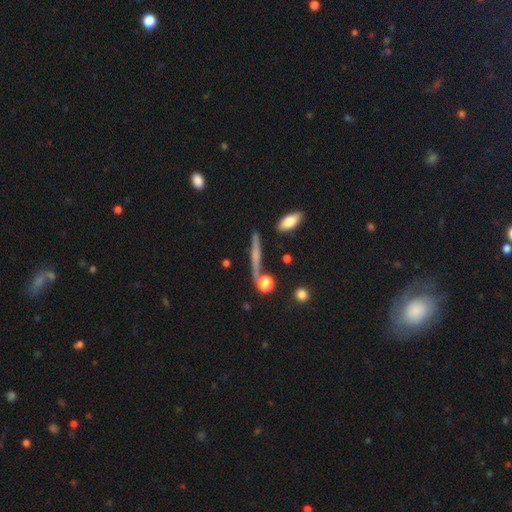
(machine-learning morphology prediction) Smooth or featured? featured or disk (48%)
Merging? none (76%)